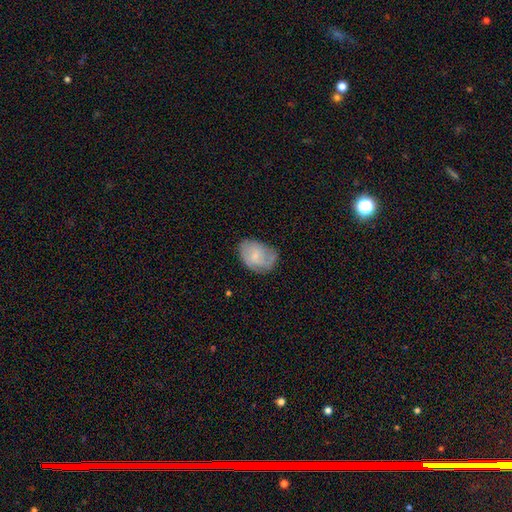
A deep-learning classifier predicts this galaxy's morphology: type=smooth (53%); roundness=in between (75%); merging=none (62%).